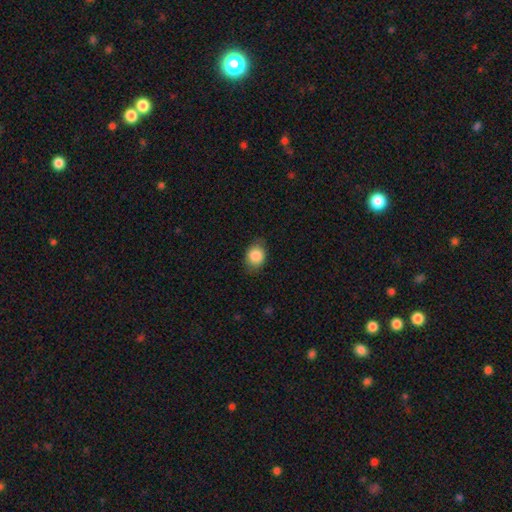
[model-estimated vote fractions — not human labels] Smooth or featured: smooth — 87% (star or artifact — 8%)
How rounded: in between — 54% (round — 45%)
Merging: none — 79% (minor disturbance — 16%)